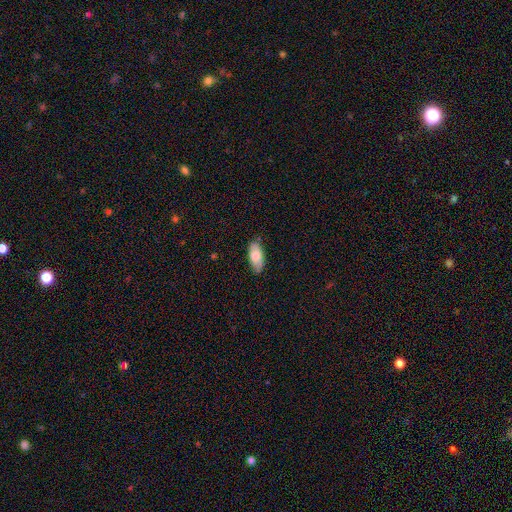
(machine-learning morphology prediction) A smooth galaxy with no disk features (74%) that is in between round and cigar-shaped (89%). Merging: none (80%).